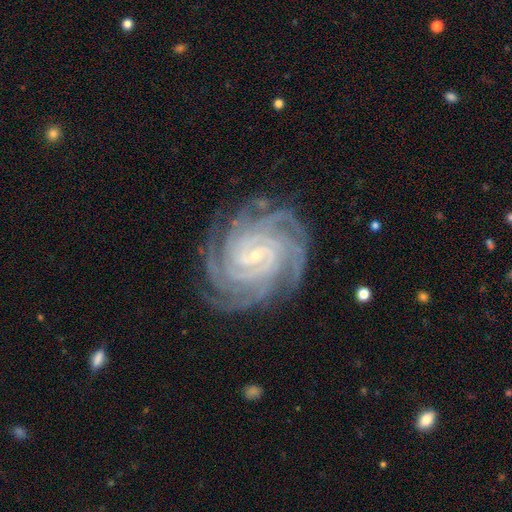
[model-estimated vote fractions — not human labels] Overall: featured or disk (92%). Edge-on disk: no (98%). Bar: weak (39%; no 38%). Spiral arms: yes (99%). Spiral arm count: 4 (33%; more than 4 29%). Spiral winding: tight (84%). Bulge size: small (83%). Merging: none (83%).